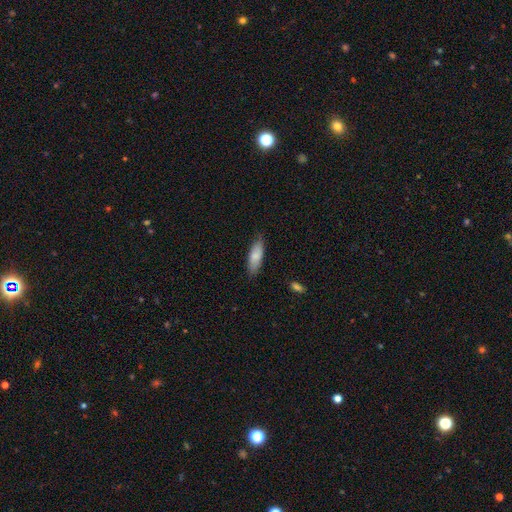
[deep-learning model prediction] This is clearly a smooth galaxy (81%). How rounded: likely in between (64%). Merging: likely none (79%).